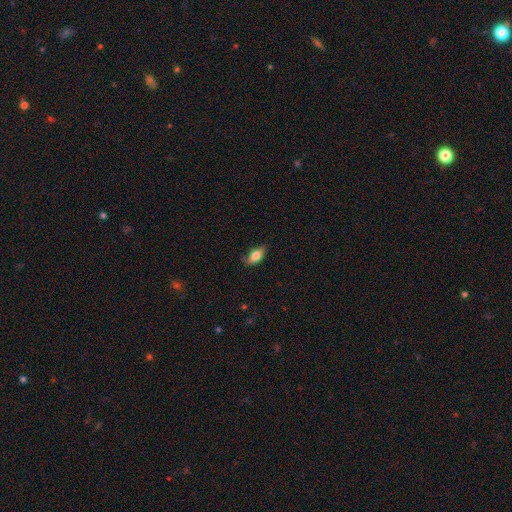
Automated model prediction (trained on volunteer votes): Smooth or featured?
  - smooth: 78% *
  - featured or disk: 14%
  - star or artifact: 7%
How rounded?
  - in between: 84% *
  - cigar-shaped: 11%
  - round: 4%
Merging?
  - none: 67% *
  - minor disturbance: 26%
  - major disturbance: 5%
  - merger: 1%